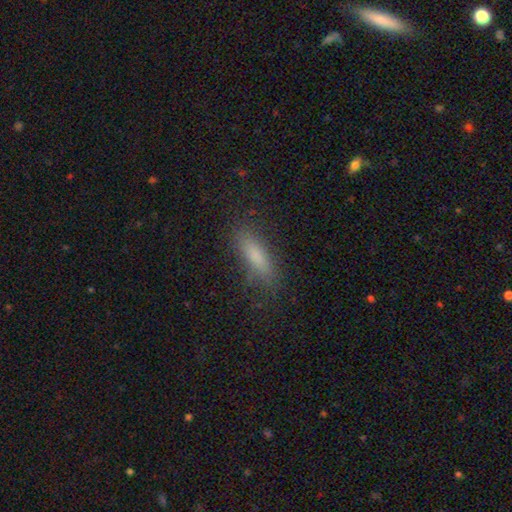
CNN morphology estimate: This appears to be a smooth galaxy with no disk features (79%) that is cigar-shaped (55%). Merging: none (78%).